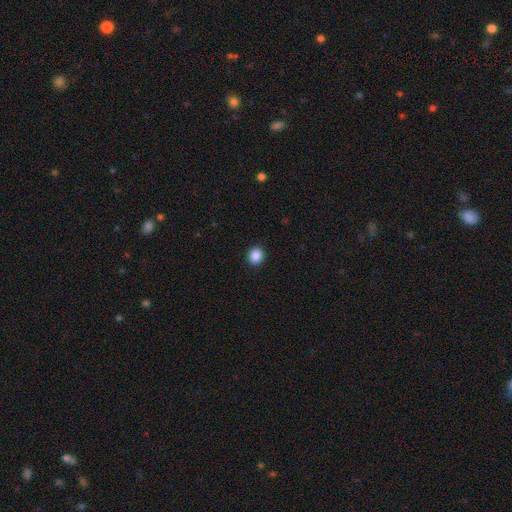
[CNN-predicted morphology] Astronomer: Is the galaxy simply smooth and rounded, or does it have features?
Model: smooth — 88%.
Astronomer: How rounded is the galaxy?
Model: round — 80%.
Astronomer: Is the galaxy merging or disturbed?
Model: none — 92%.